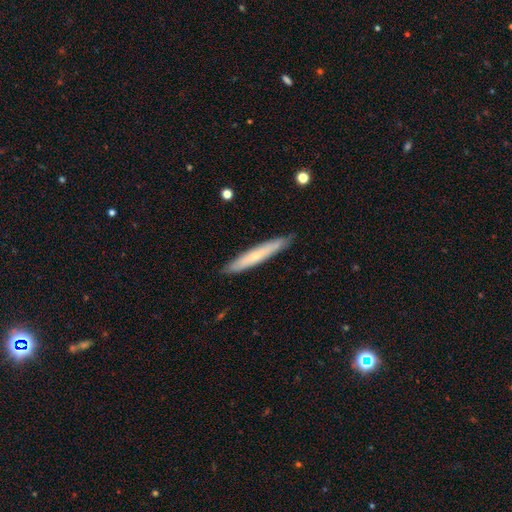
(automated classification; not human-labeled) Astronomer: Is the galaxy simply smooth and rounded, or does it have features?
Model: smooth — 54% (runner-up: featured or disk, 40%).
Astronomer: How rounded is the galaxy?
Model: cigar-shaped — 94%.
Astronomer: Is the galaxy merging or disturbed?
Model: none — 88%.